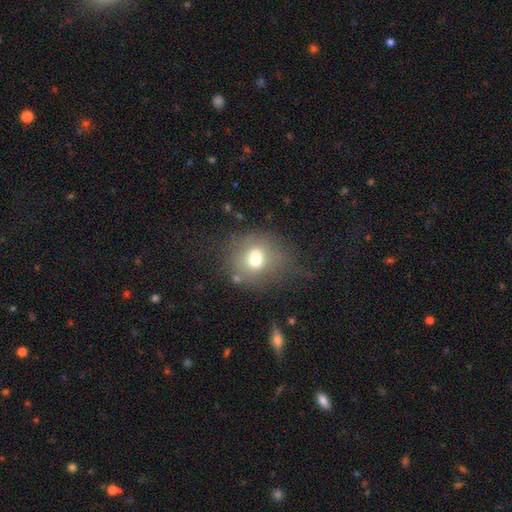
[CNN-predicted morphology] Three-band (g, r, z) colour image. It shows a smooth galaxy with no disk features (60%) that is round (71%). Merging: merger (41%).